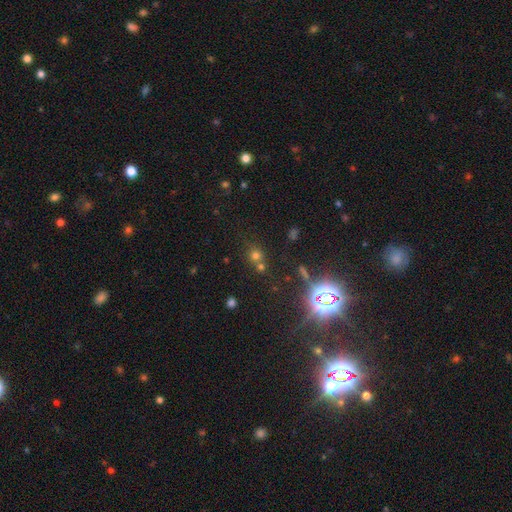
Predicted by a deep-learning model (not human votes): smooth-or-featured: smooth: 59% | star or artifact: 31% | featured or disk: 10%
  how-rounded: round: 88% | in between: 11% | cigar-shaped: 1%
  merging: none: 58% | merger: 30% | minor disturbance: 8% | major disturbance: 4%